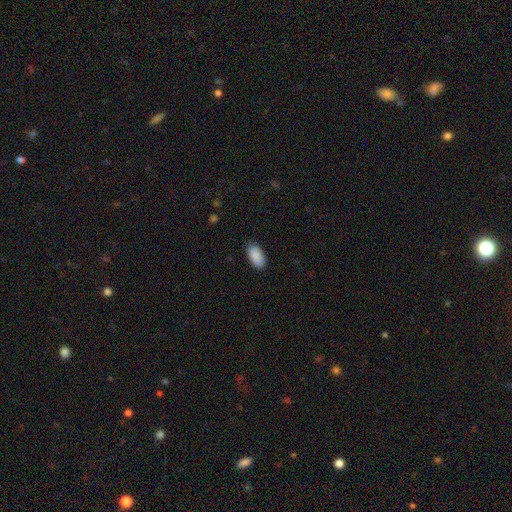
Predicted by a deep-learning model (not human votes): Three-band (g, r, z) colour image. It shows a smooth galaxy with no disk features (90%) that is in between round and cigar-shaped (95%). Merging: none (85%).